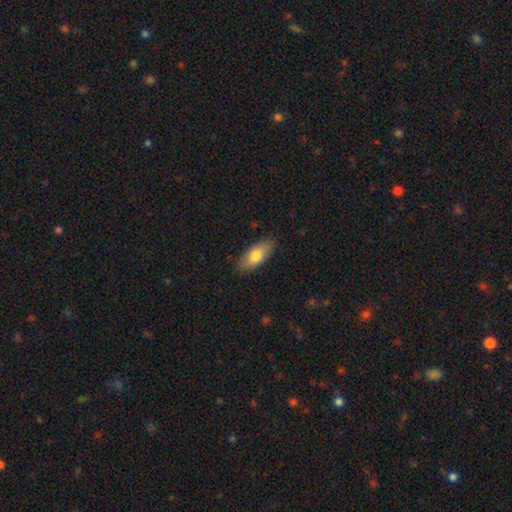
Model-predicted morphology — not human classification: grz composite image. It shows a smooth galaxy with no disk features (78%) that is in between round and cigar-shaped (84%). Merging: none (85%).